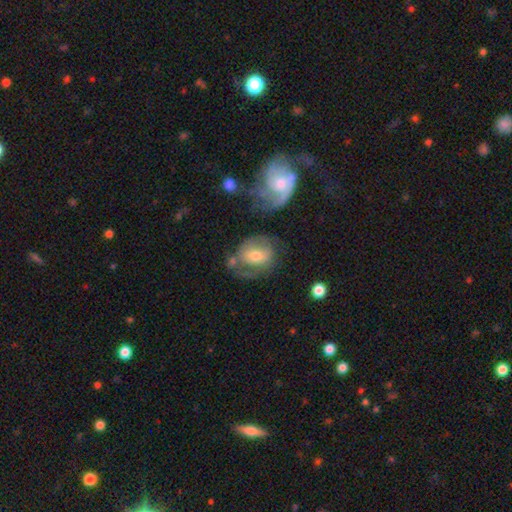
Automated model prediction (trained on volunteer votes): featured or disk 56%, smooth 37%, star or artifact 7%. Down the decision tree: edge-on disk — no (95%); bar — no (48%); spiral arms — yes (69%); bulge size — moderate (65%); merging — none (44%).